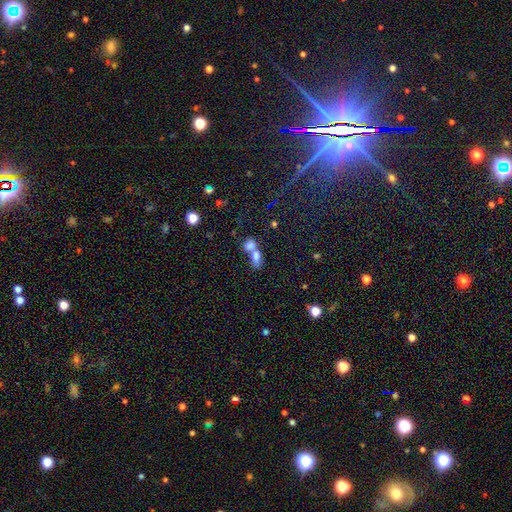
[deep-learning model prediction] smooth 75%, featured or disk 14%, star or artifact 11%. Down the decision tree: how rounded — in between (76%); merging — merger (71%).